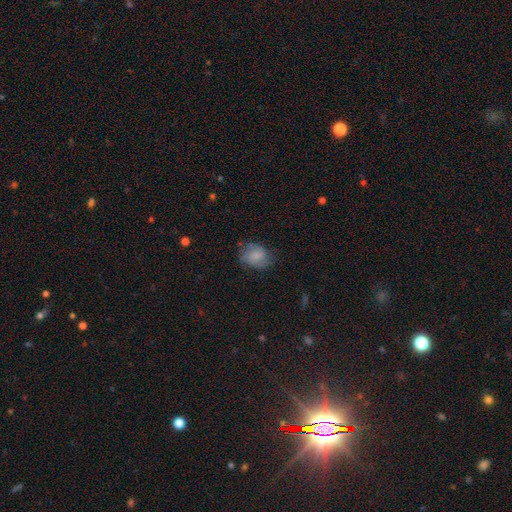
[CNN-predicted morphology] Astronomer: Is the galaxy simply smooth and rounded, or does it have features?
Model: smooth — 70%.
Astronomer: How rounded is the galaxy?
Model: in between — 54% (runner-up: round, 45%).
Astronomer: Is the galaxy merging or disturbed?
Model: none — 64%.